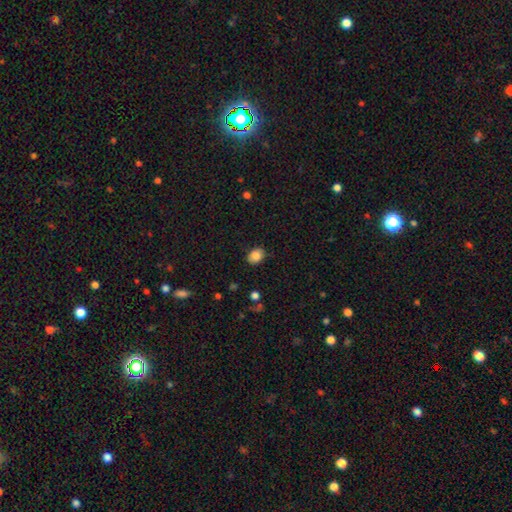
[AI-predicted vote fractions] This appears to be a smooth galaxy with no disk features (85%) that is in between round and cigar-shaped (64%). Merging: none (82%).